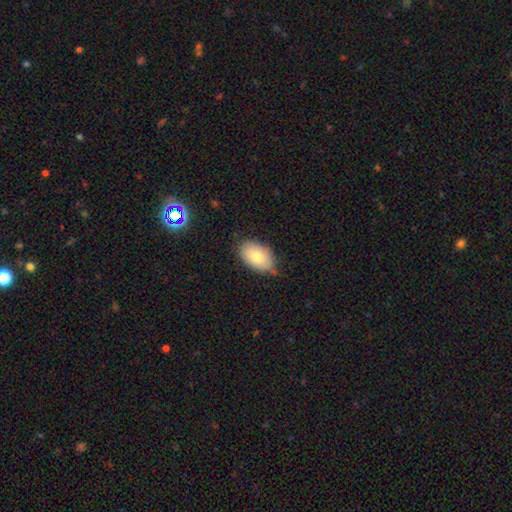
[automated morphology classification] Smooth or featured? Predicted: smooth (p=0.78). How rounded? Predicted: in between (p=0.92). Merging? Predicted: none (p=0.74).